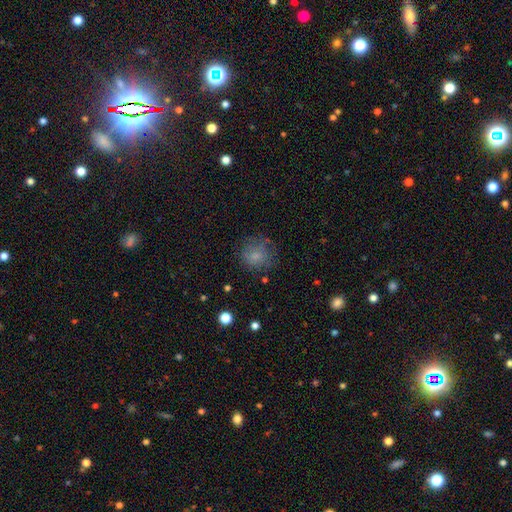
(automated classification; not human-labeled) smooth-or-featured: smooth: 73% | featured or disk: 14% | star or artifact: 12%
  how-rounded: round: 82% | in between: 17% | cigar-shaped: 1%
  merging: none: 65% | minor disturbance: 21% | major disturbance: 12% | merger: 2%